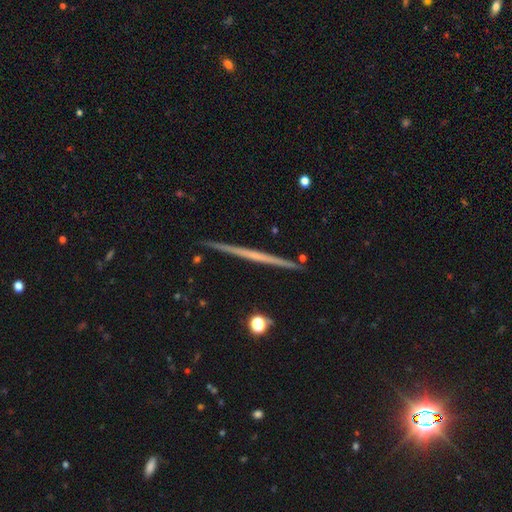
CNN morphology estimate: smooth-or-featured: featured or disk: 68% | smooth: 26% | star or artifact: 6%
  disk-edge-on: yes: 98% | no: 2%
    edge-on-bulge: none: 83% | rounded: 13% | boxy: 4%
  merging: none: 92% | minor disturbance: 6% | merger: 1% | major disturbance: 1%